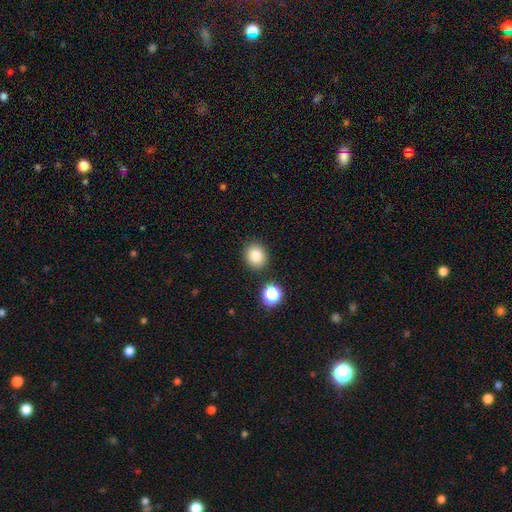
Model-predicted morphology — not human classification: Q: Smooth or featured?
A: smooth (82%); runner-up: star or artifact (12%)
Q: How rounded?
A: round (74%); runner-up: in between (25%)
Q: Merging?
A: none (86%); runner-up: minor disturbance (8%)